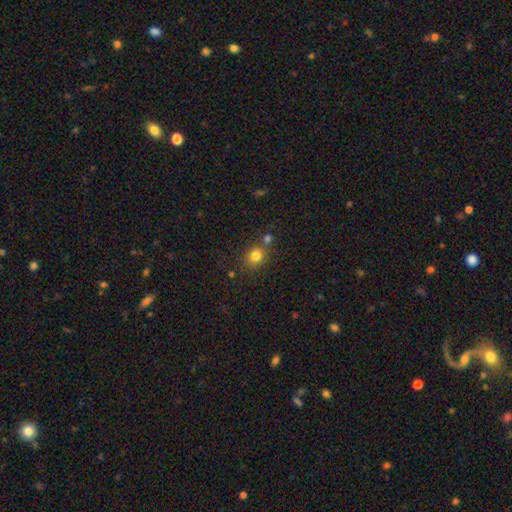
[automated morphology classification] Overall: smooth (80%). How rounded: round (73%). Merging: none (66%).